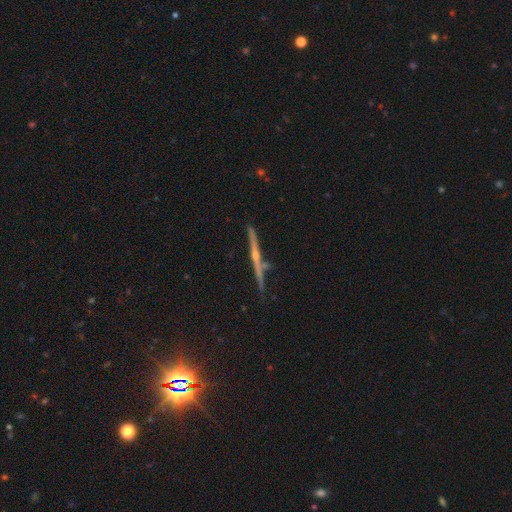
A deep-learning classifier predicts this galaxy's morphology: smooth_or_featured: featured or disk (p=0.80) [alt: smooth p=0.11]
disk_edge_on: yes (p=0.97) [alt: no p=0.03]
edge_on_bulge: rounded (p=0.75) [alt: none p=0.20]
merging: none (p=0.79) [alt: minor disturbance p=0.13]